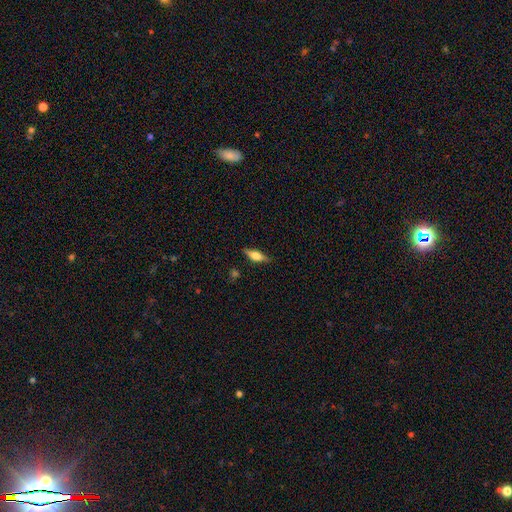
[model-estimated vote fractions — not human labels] Smooth or featured: featured or disk — 50% (smooth — 43%)
Edge-on disk: yes — 94% (no — 6%)
Merging: none — 84% (minor disturbance — 12%)